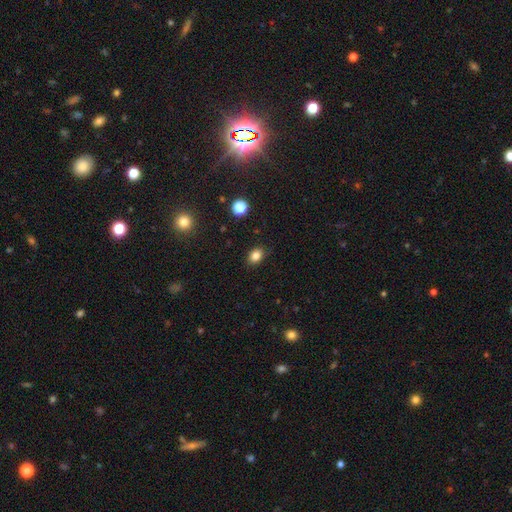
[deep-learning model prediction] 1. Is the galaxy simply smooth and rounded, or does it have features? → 83% smooth, 11% star or artifact, 6% featured or disk.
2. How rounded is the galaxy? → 69% in between, 30% round, 1% cigar-shaped.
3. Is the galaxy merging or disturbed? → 87% none, 10% minor disturbance, 2% major disturbance, 1% merger.